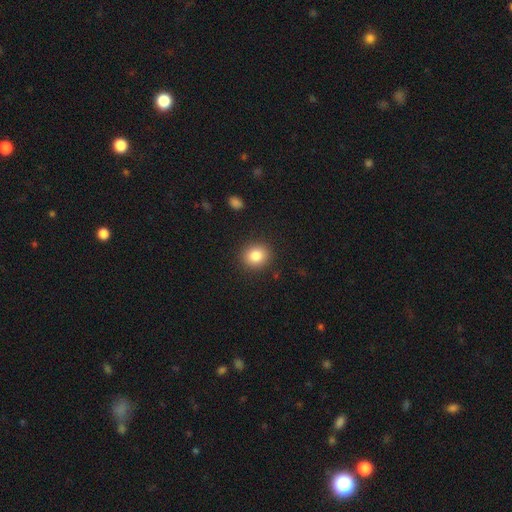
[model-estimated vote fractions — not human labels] Overall: smooth (83%). How rounded: round (81%). Merging: none (90%).